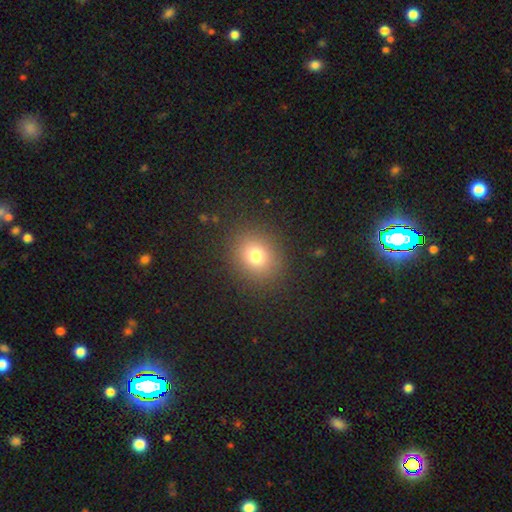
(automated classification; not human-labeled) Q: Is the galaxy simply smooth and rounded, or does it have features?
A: smooth — 75%.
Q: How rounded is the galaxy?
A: round — 71%.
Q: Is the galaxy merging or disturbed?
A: none — 88%.